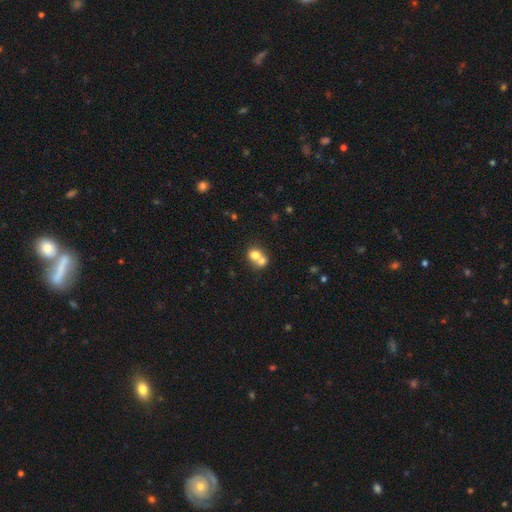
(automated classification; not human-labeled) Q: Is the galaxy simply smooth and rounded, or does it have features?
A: smooth — 71%.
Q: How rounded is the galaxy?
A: round — 71%.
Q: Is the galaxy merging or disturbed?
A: merger — 65%.